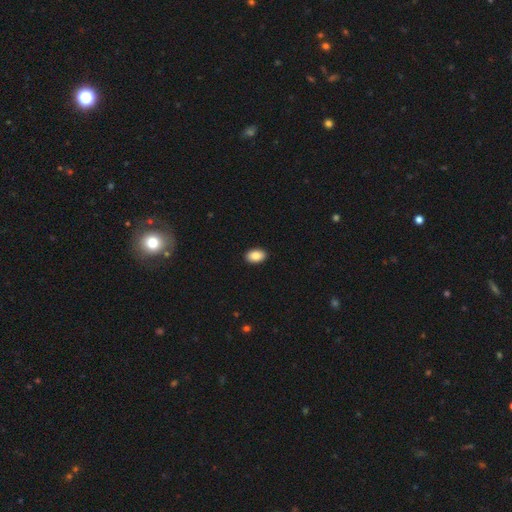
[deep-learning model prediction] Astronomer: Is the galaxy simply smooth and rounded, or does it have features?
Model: smooth — 89%.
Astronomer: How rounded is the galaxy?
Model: in between — 90%.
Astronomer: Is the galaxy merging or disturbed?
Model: none — 91%.